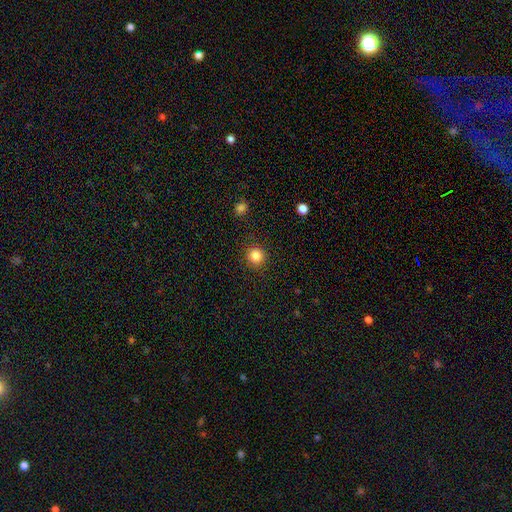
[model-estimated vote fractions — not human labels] Smooth or featured? smooth (85%)
How rounded? round (94%)
Merging? none (90%)